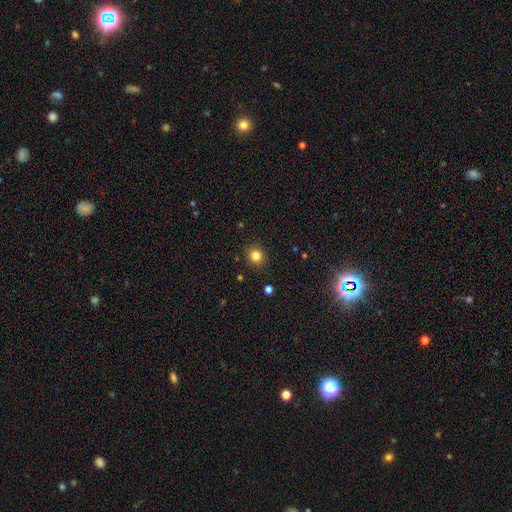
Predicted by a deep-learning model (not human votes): smooth-or-featured: smooth: 82% | star or artifact: 13% | featured or disk: 6%
  how-rounded: round: 82% | in between: 17% | cigar-shaped: 1%
  merging: none: 90% | minor disturbance: 7% | major disturbance: 2% | merger: 1%